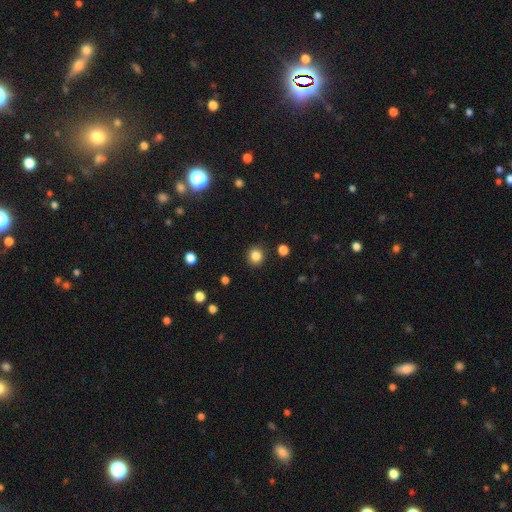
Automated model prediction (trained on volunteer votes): smooth_or_featured: smooth (p=0.84) [alt: star or artifact p=0.12]
how_rounded: round (p=0.89) [alt: in between p=0.10]
merging: none (p=0.90) [alt: minor disturbance p=0.06]